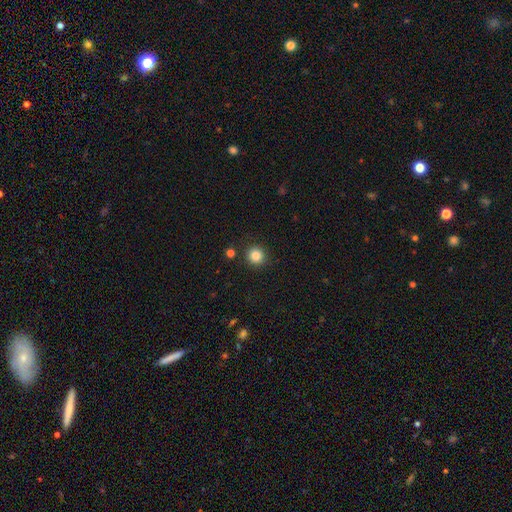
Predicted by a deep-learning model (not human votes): smooth 84%, star or artifact 11%, featured or disk 5%. Down the decision tree: how rounded — round (94%); merging — none (90%).